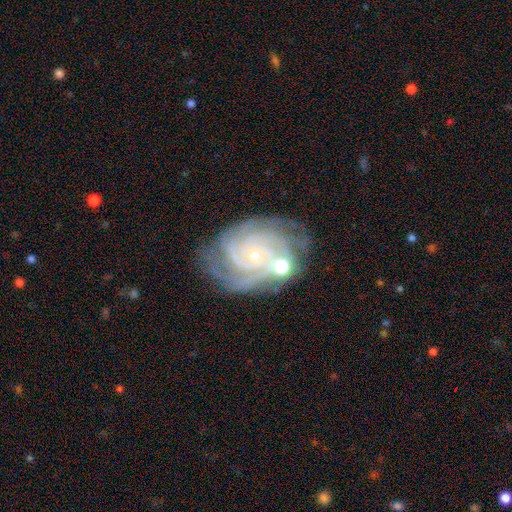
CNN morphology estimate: Smooth or featured? featured or disk (89%)
Edge-on disk? no (97%)
Bar? no (73%)
Spiral arms? yes (98%)
Spiral winding? tight (76%)
Spiral arm count? 3 (31%)
Bulge size? small (77%)
Merging? none (66%)